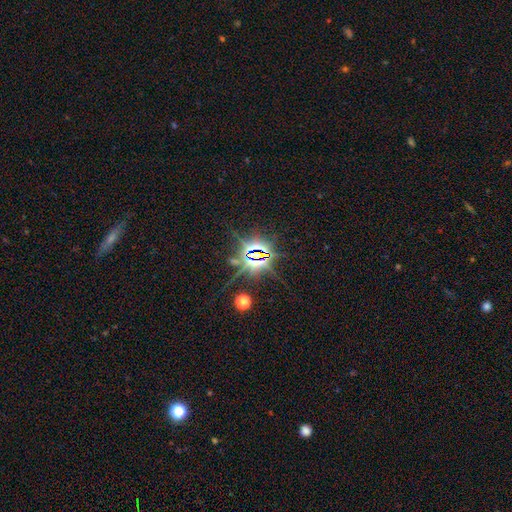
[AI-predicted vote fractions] Smooth or featured? Predicted: star or artifact (p=0.82).